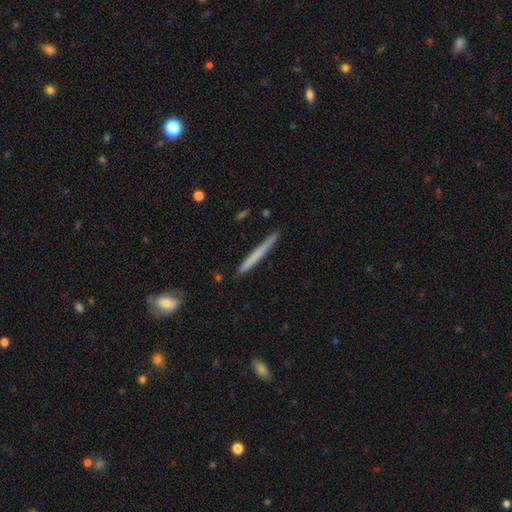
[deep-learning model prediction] This is possibly a smooth galaxy (57%). How rounded: clearly cigar-shaped (97%). Merging: clearly none (90%).